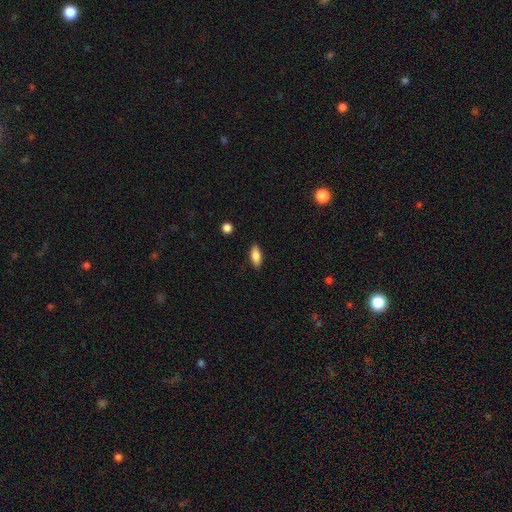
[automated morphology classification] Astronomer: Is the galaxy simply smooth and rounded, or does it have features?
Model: smooth — 85%.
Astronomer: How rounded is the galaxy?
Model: in between — 84%.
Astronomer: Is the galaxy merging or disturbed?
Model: none — 87%.